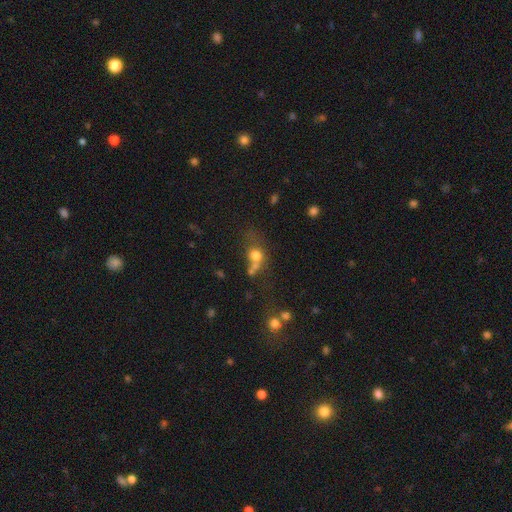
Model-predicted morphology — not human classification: A smooth galaxy with no disk features (70%) that is round (72%).

Vote fractions:
- Smooth or featured? smooth: 70% / star or artifact: 16% / featured or disk: 14%
- How rounded? round: 72% / in between: 27% / cigar-shaped: 2%
- Merging? merger: 37% / none: 36% / minor disturbance: 14% / major disturbance: 12%